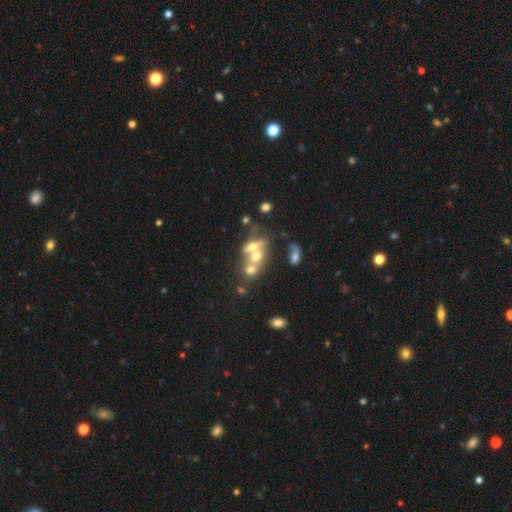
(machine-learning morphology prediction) The model was most divided on "smooth or featured": smooth: 47%, featured or disk: 37%, star or artifact: 16%. More confident: merging — merger (64%).